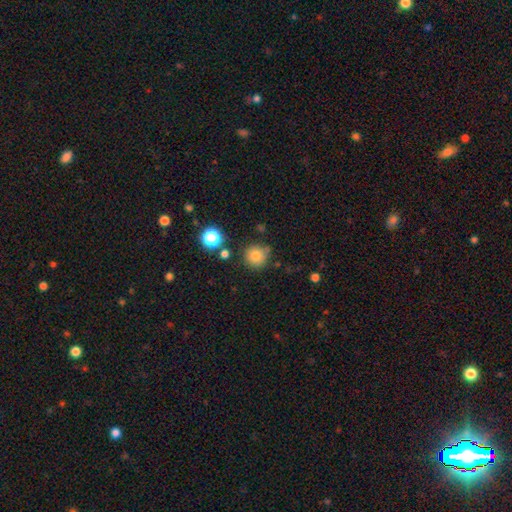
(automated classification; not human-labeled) This is likely a smooth galaxy (79%). How rounded: clearly round (94%). Merging: likely none (78%).